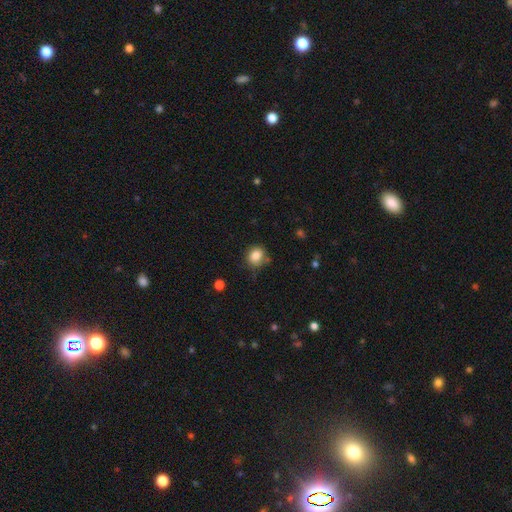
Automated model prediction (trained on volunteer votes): Q: Smooth or featured?
A: smooth (84%); runner-up: star or artifact (10%)
Q: How rounded?
A: round (75%); runner-up: in between (24%)
Q: Merging?
A: none (69%); runner-up: minor disturbance (21%)